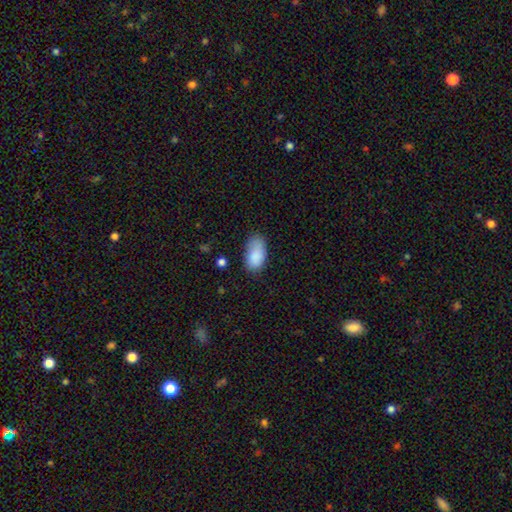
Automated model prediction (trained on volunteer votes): The model was most divided on "merging": none: 61%, minor disturbance: 28%, major disturbance: 8%, merger: 3%. More confident: how rounded — in between (94%); smooth or featured — smooth (86%).